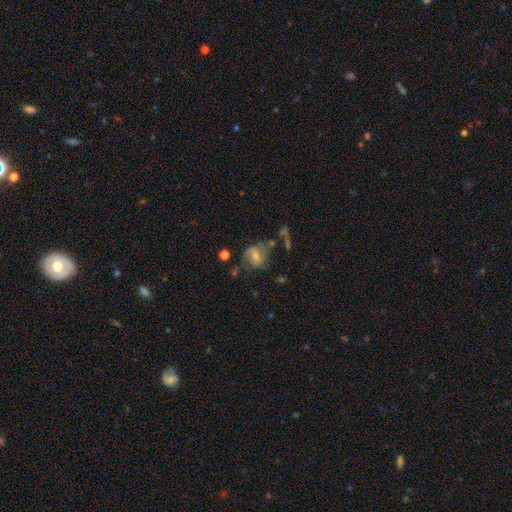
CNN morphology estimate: Q: Smooth or featured?
A: featured or disk (46%); runner-up: smooth (43%)
Q: Merging?
A: none (49%); runner-up: minor disturbance (23%)